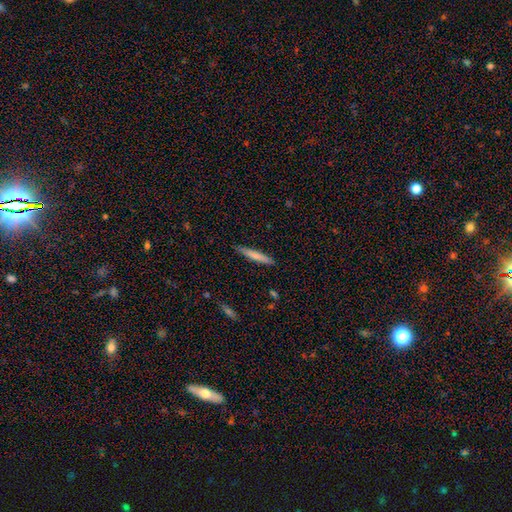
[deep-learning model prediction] A smooth galaxy with no disk features (72%) that is cigar-shaped (93%).

Vote fractions:
- Smooth or featured? smooth: 72% / featured or disk: 22% / star or artifact: 6%
- How rounded? cigar-shaped: 93% / in between: 6% / round: 1%
- Merging? none: 88% / minor disturbance: 10% / major disturbance: 2% / merger: 1%